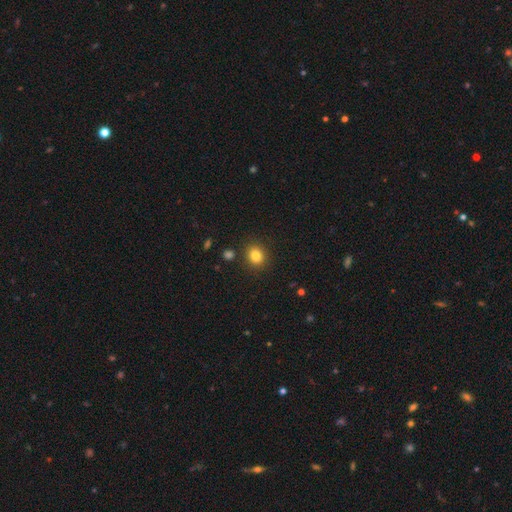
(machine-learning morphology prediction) This appears to be a smooth galaxy with no disk features (83%) that is round (73%). Merging: none (87%).